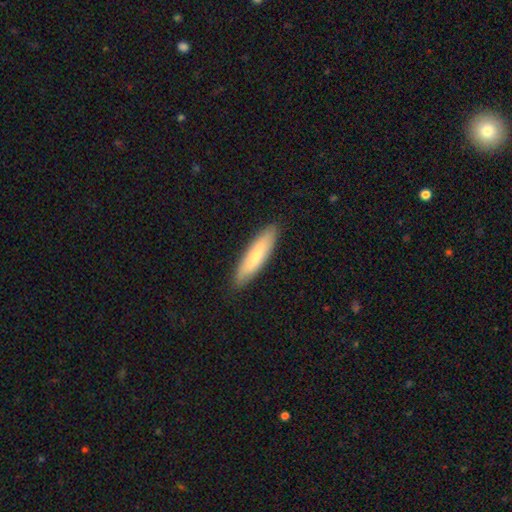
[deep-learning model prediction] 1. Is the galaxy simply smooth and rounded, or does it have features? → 69% smooth, 26% featured or disk, 6% star or artifact.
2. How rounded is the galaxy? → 71% cigar-shaped, 28% in between, 2% round.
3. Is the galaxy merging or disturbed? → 88% none, 9% minor disturbance, 2% major disturbance, 1% merger.